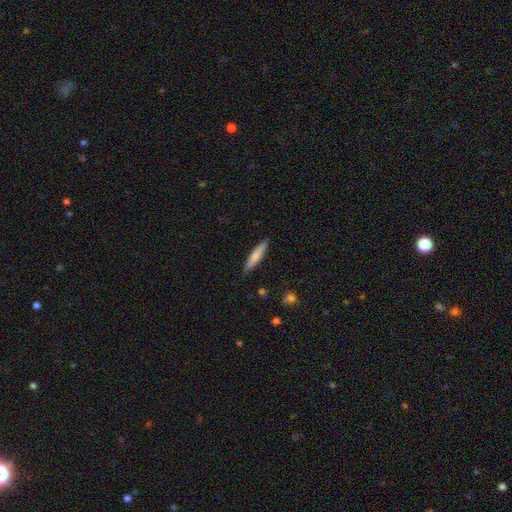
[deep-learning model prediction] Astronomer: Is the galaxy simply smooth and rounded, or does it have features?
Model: smooth — 72%.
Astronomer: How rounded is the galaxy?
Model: cigar-shaped — 89%.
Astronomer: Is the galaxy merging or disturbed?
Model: none — 87%.